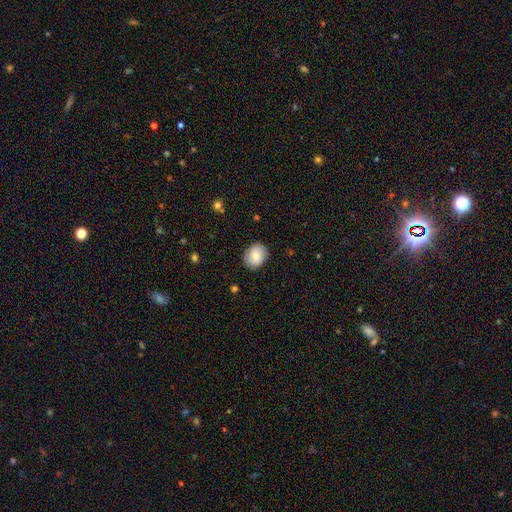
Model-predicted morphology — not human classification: type=smooth (74%); roundness=round (60%); merging=none (86%).